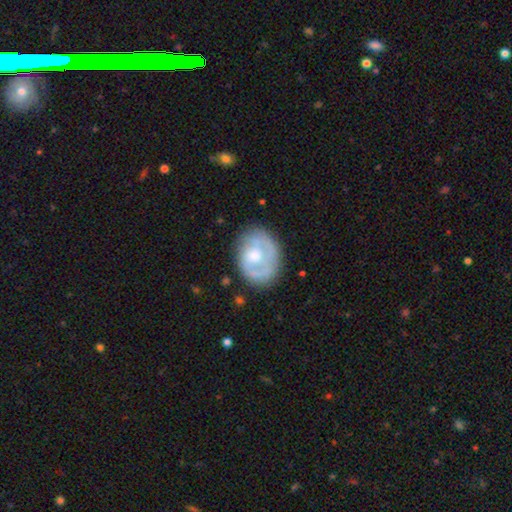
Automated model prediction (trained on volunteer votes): Smooth or featured? featured or disk (57%)
Edge-on disk? no (97%)
Bar? no (78%)
Spiral arms? yes (55%)
Bulge size? moderate (53%)
Merging? none (65%)